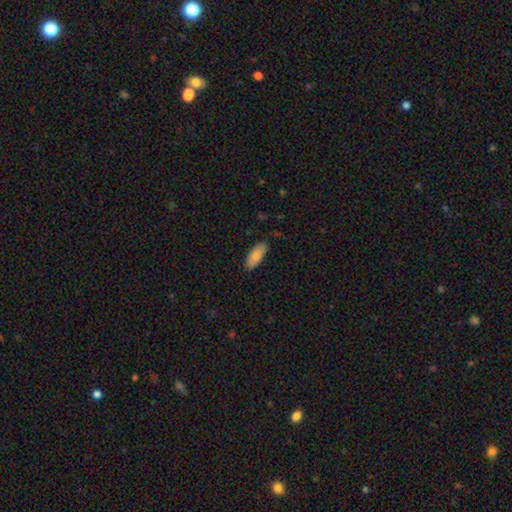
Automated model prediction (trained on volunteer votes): A smooth galaxy with no disk features (86%) that is in between round and cigar-shaped (83%).

Vote fractions:
- Smooth or featured? smooth: 86% / featured or disk: 8% / star or artifact: 6%
- How rounded? in between: 83% / cigar-shaped: 16% / round: 2%
- Merging? none: 84% / minor disturbance: 13% / major disturbance: 2% / merger: 1%